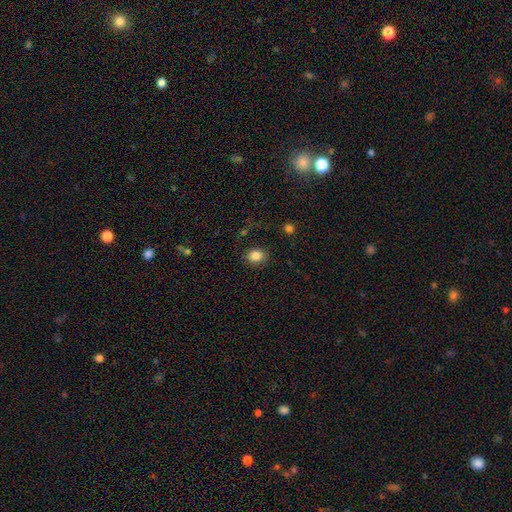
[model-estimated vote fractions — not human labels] Smooth or featured?
  - smooth: 85% *
  - star or artifact: 10%
  - featured or disk: 5%
How rounded?
  - round: 59% *
  - in between: 40%
  - cigar-shaped: 1%
Merging?
  - none: 83% *
  - minor disturbance: 11%
  - major disturbance: 4%
  - merger: 2%